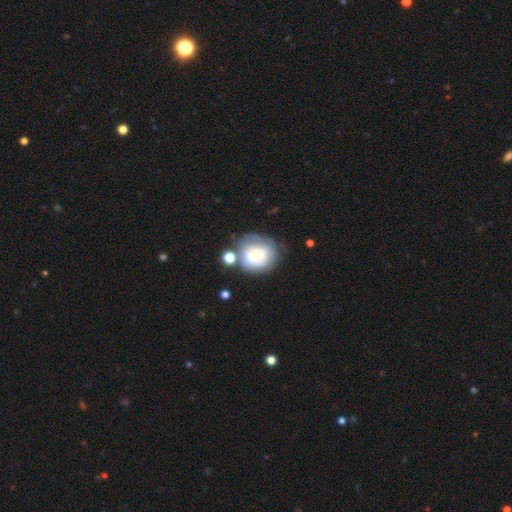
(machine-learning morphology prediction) Q: Smooth or featured?
A: smooth (55%); runner-up: featured or disk (36%)
Q: How rounded?
A: round (79%); runner-up: in between (21%)
Q: Merging?
A: none (54%); runner-up: minor disturbance (20%)